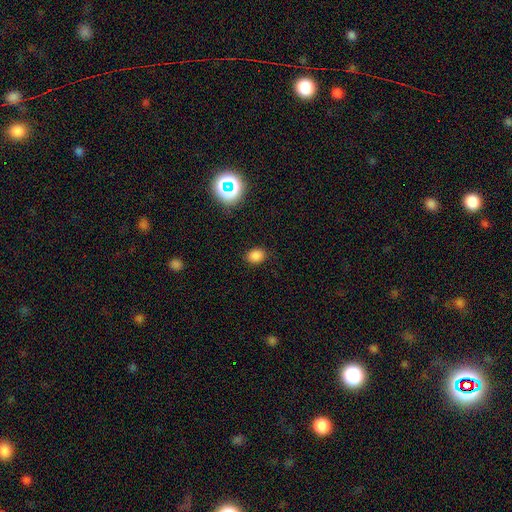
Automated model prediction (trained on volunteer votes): This is clearly a smooth galaxy (81%). How rounded: possibly in between (55%). Merging: clearly none (86%).